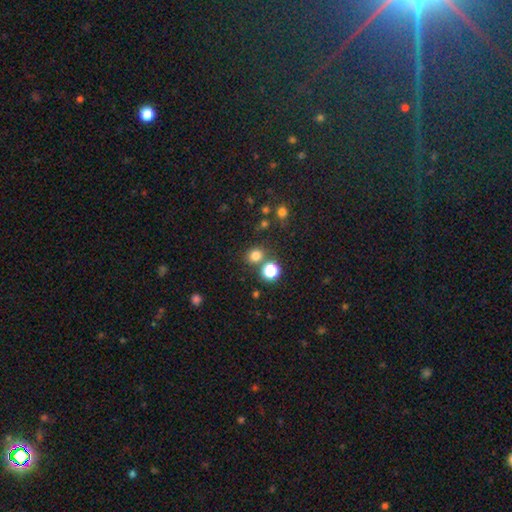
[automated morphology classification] Smooth or featured?
  - smooth: 76% *
  - star or artifact: 18%
  - featured or disk: 5%
How rounded?
  - round: 79% *
  - in between: 20%
  - cigar-shaped: 1%
Merging?
  - none: 74% *
  - merger: 14%
  - minor disturbance: 9%
  - major disturbance: 4%